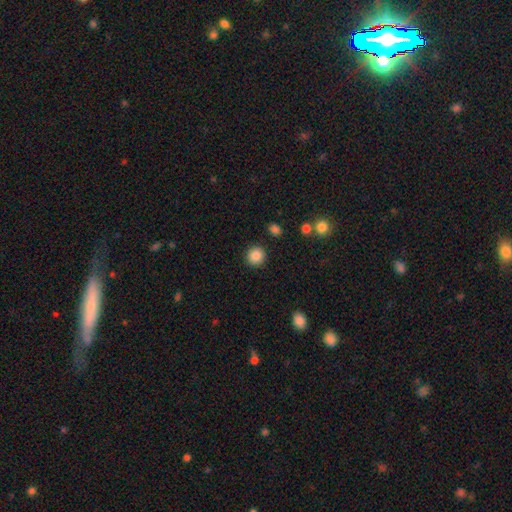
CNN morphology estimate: type=smooth (87%); roundness=round (92%); merging=none (91%).